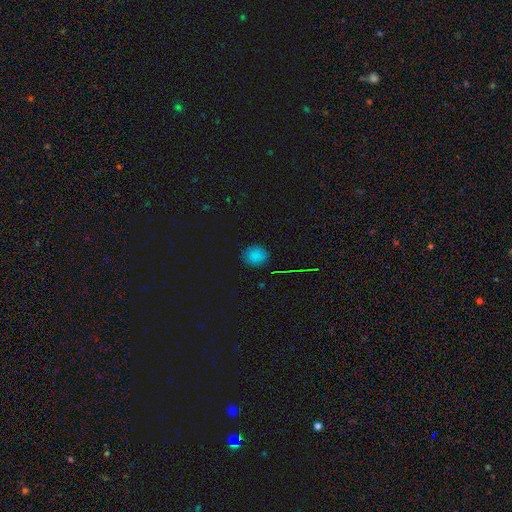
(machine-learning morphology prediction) The model was most divided on "how rounded": round: 76%, in between: 23%, cigar-shaped: 1%. More confident: merging — none (86%); smooth or featured — smooth (82%).